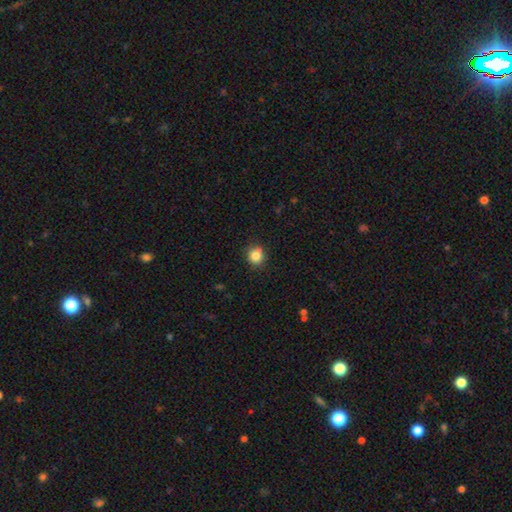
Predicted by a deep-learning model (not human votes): Smooth or featured?
  - smooth: 83% *
  - star or artifact: 11%
  - featured or disk: 6%
How rounded?
  - round: 80% *
  - in between: 19%
  - cigar-shaped: 1%
Merging?
  - none: 83% *
  - minor disturbance: 13%
  - major disturbance: 3%
  - merger: 2%